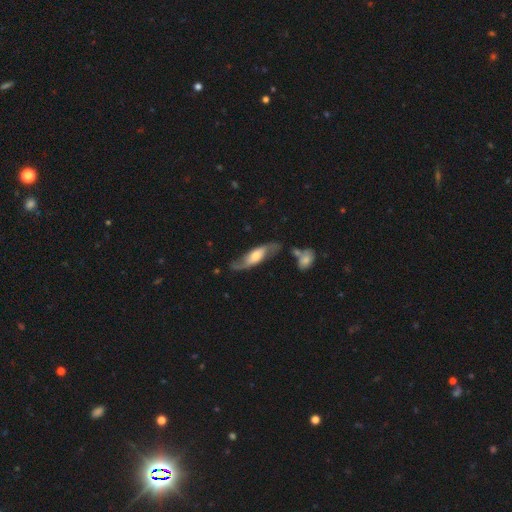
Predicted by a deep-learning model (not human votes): This appears to be a featured or disk galaxy (69%) with no bar (48%), spiral arms (89%) and a moderate central bulge (50%). Merging: none (66%).